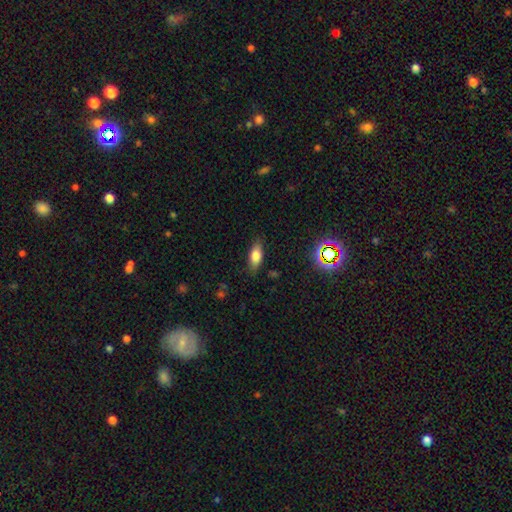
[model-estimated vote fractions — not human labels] Q: Smooth or featured?
A: smooth (76%); runner-up: featured or disk (14%)
Q: How rounded?
A: in between (80%); runner-up: cigar-shaped (16%)
Q: Merging?
A: none (83%); runner-up: minor disturbance (13%)